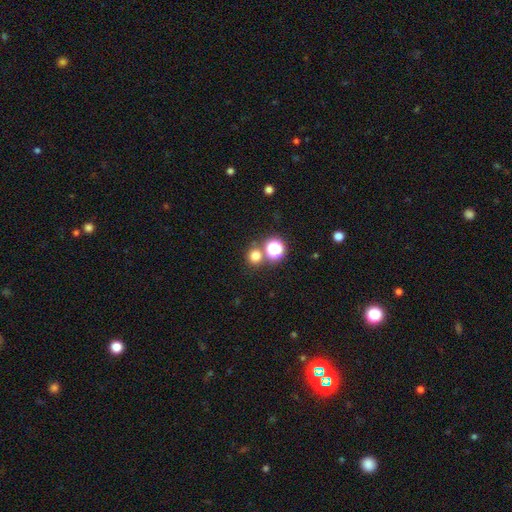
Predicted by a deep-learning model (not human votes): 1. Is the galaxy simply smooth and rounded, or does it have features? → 73% smooth, 21% star or artifact, 6% featured or disk.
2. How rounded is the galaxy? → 91% round, 8% in between, 1% cigar-shaped.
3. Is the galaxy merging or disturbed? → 73% none, 18% merger, 6% minor disturbance, 3% major disturbance.